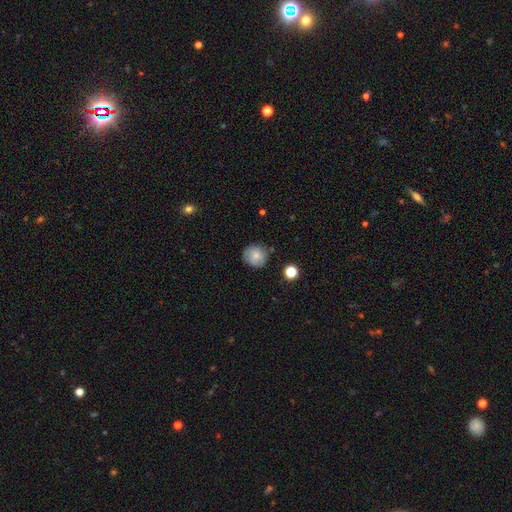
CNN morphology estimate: Overall: smooth (72%). How rounded: round (91%). Merging: none (79%).